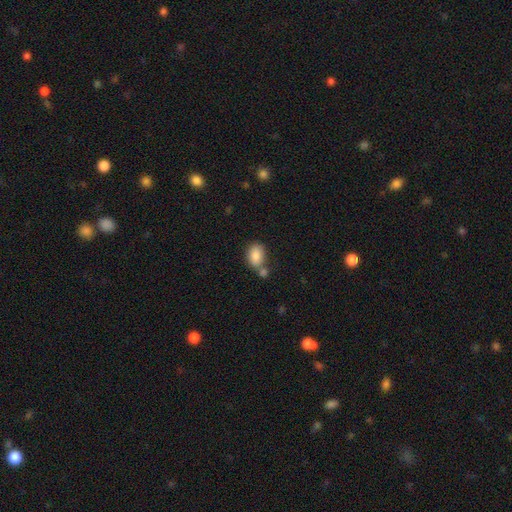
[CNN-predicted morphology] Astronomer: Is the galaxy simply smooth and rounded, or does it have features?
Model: smooth — 86%.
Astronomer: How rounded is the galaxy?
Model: in between — 83%.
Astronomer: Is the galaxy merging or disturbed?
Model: none — 52% (runner-up: merger, 29%).